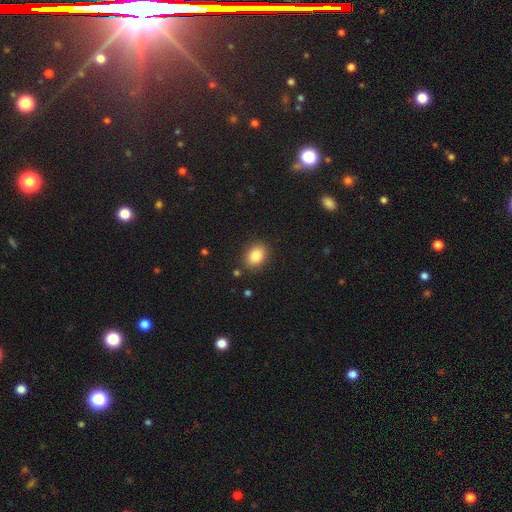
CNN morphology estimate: This is clearly a smooth galaxy (85%). How rounded: likely in between (61%). Merging: clearly none (87%).